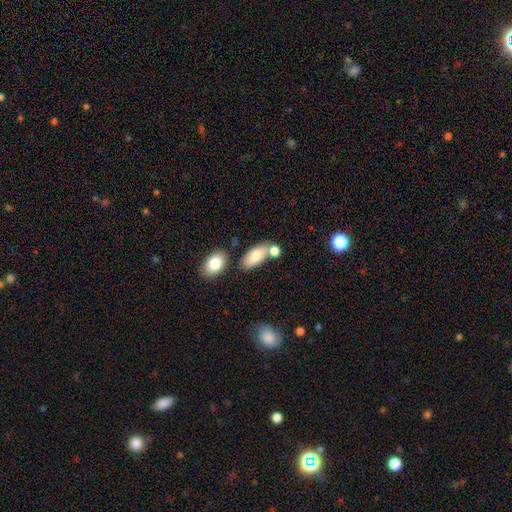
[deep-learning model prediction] Smooth or featured? smooth (79%)
How rounded? in between (90%)
Merging? none (59%)